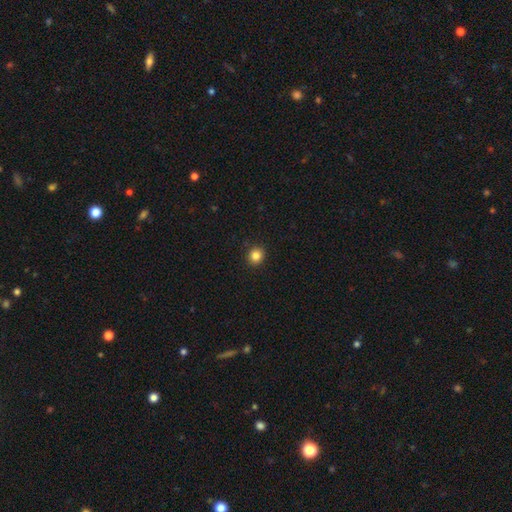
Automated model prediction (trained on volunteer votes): This appears to be a smooth galaxy with no disk features (84%) that is round (85%). Merging: none (92%).